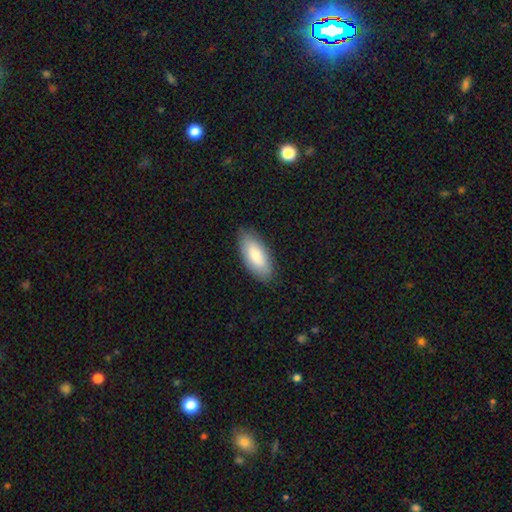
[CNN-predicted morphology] The model was most divided on "merging": none: 85%, minor disturbance: 11%, major disturbance: 2%, merger: 1%. More confident: how rounded — in between (87%); smooth or featured — smooth (84%).